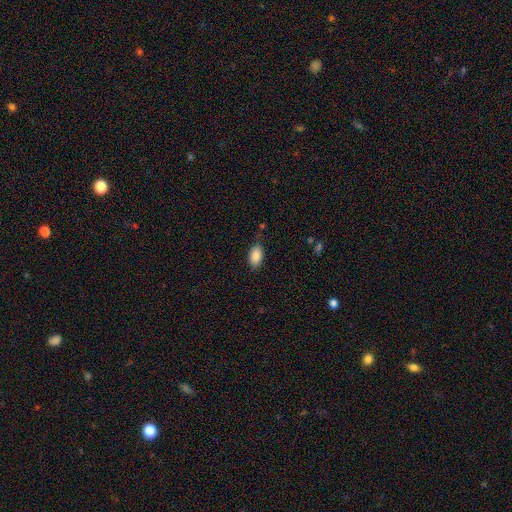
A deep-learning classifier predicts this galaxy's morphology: Smooth or featured? smooth (87%)
How rounded? in between (93%)
Merging? none (78%)